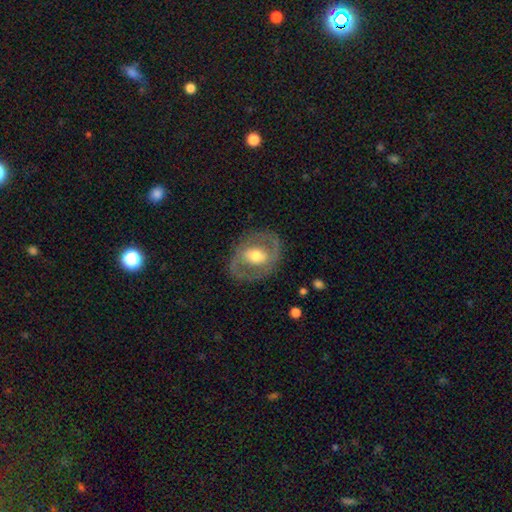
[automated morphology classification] smooth-or-featured: featured or disk: 67% | smooth: 28% | star or artifact: 5%
  disk-edge-on: no: 94% | yes: 6%
    bar: no: 44% | weak: 36% | strong: 20%
    has-spiral-arms: yes: 52% | no: 48%
    bulge-size: moderate: 67% | large: 17% | small: 13% | dominant: 1% | none: 1%
  merging: none: 78% | minor disturbance: 13% | major disturbance: 8% | merger: 1%